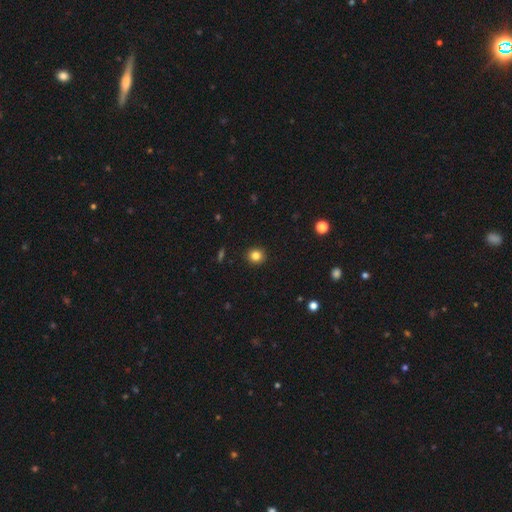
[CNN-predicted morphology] smooth_or_featured: smooth (p=0.83) [alt: star or artifact p=0.12]
how_rounded: round (p=0.89) [alt: in between p=0.10]
merging: none (p=0.92) [alt: minor disturbance p=0.05]